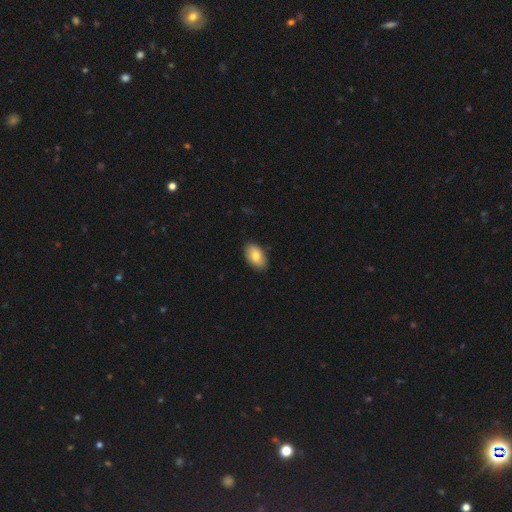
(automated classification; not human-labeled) Smooth or featured: smooth — 79% (featured or disk — 14%)
How rounded: in between — 92% (round — 7%)
Merging: none — 86% (minor disturbance — 11%)